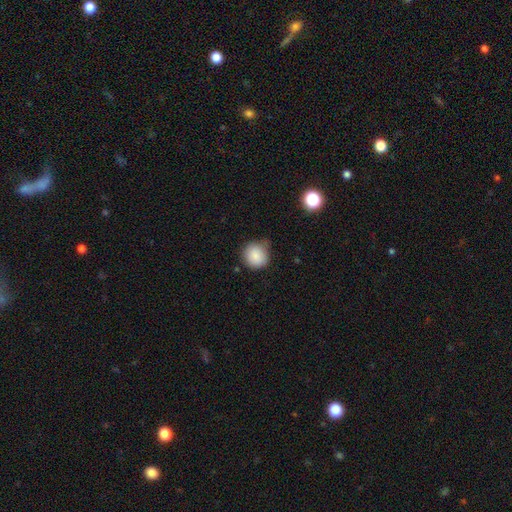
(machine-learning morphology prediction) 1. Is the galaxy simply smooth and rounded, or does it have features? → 87% smooth, 9% star or artifact, 5% featured or disk.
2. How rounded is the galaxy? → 89% round, 10% in between, 1% cigar-shaped.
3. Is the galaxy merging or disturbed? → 66% none, 26% minor disturbance, 5% major disturbance, 3% merger.